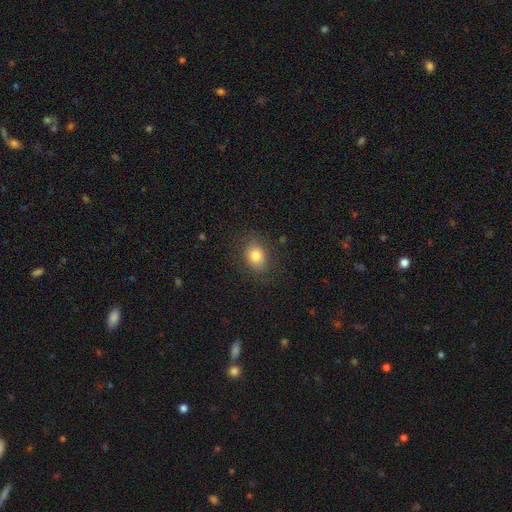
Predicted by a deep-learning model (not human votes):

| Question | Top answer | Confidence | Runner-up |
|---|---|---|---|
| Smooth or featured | smooth | 79% | featured or disk (10%) |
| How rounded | in between | 58% | round (41%) |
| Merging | none | 83% | minor disturbance (12%) |